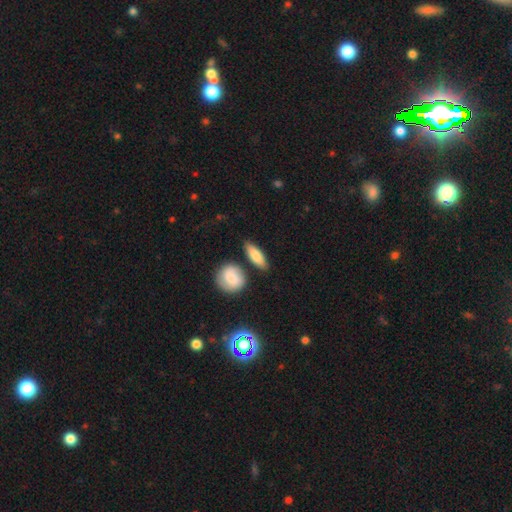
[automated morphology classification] Q: Smooth or featured?
A: smooth (79%); runner-up: featured or disk (16%)
Q: How rounded?
A: in between (63%); runner-up: cigar-shaped (32%)
Q: Merging?
A: none (77%); runner-up: minor disturbance (13%)